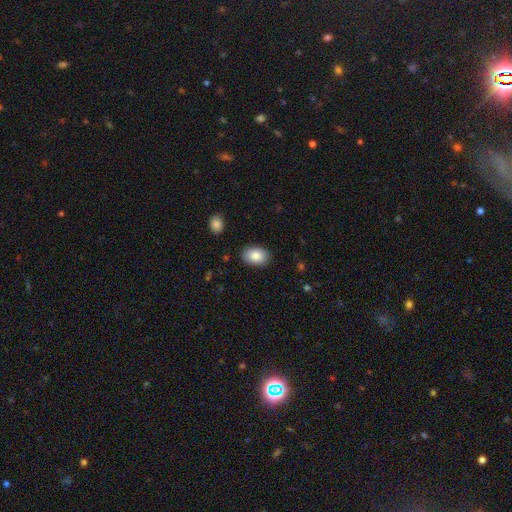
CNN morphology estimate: smooth_or_featured: smooth (p=0.87) [alt: star or artifact p=0.07]
how_rounded: in between (p=0.87) [alt: round p=0.12]
merging: none (p=0.88) [alt: minor disturbance p=0.09]